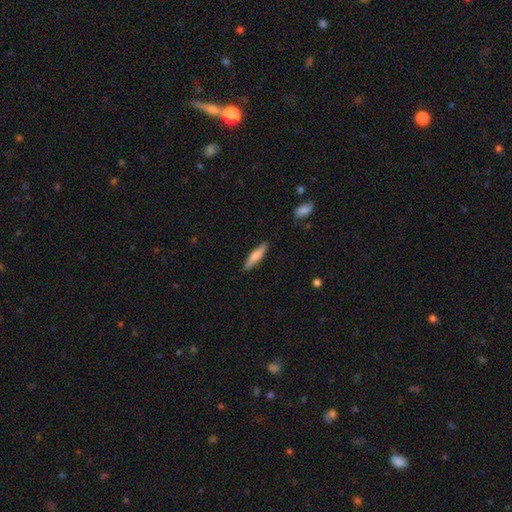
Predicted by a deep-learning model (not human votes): Morphology: type=smooth (72%); roundness=cigar-shaped (77%); merging=none (87%).